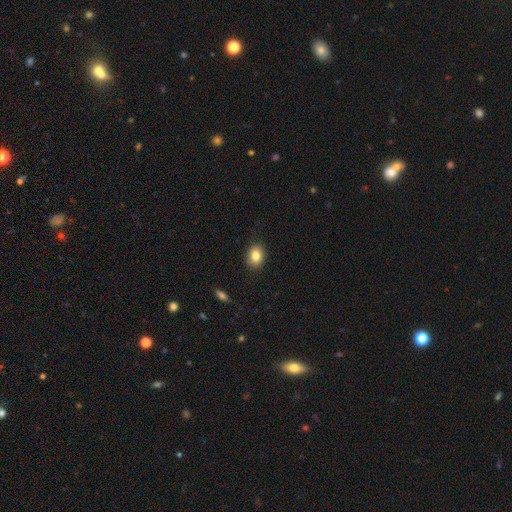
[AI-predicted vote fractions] Q: Smooth or featured?
A: smooth (83%); runner-up: star or artifact (9%)
Q: How rounded?
A: in between (56%); runner-up: round (43%)
Q: Merging?
A: none (87%); runner-up: minor disturbance (10%)